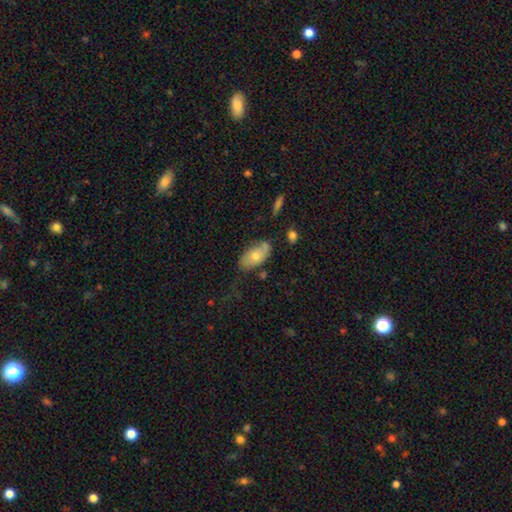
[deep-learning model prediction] A smooth galaxy with no disk features (62%) that is in between round and cigar-shaped (92%).

Vote fractions:
- Smooth or featured? smooth: 62% / featured or disk: 30% / star or artifact: 8%
- How rounded? in between: 92% / round: 4% / cigar-shaped: 4%
- Merging? none: 59% / minor disturbance: 27% / major disturbance: 9% / merger: 5%